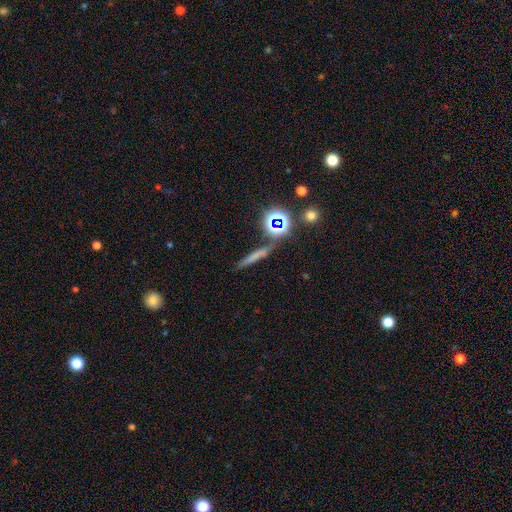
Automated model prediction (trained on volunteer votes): This is possibly a smooth galaxy (57%). How rounded: clearly cigar-shaped (85%). Merging: likely none (75%).